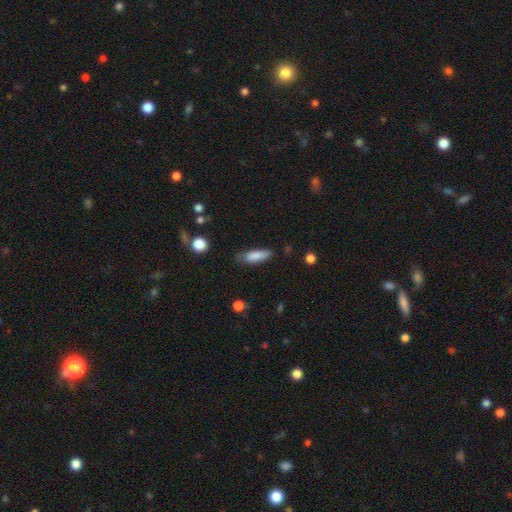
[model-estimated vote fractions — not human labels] smooth 82%, featured or disk 12%, star or artifact 6%. Down the decision tree: how rounded — in between (52%); merging — none (71%).